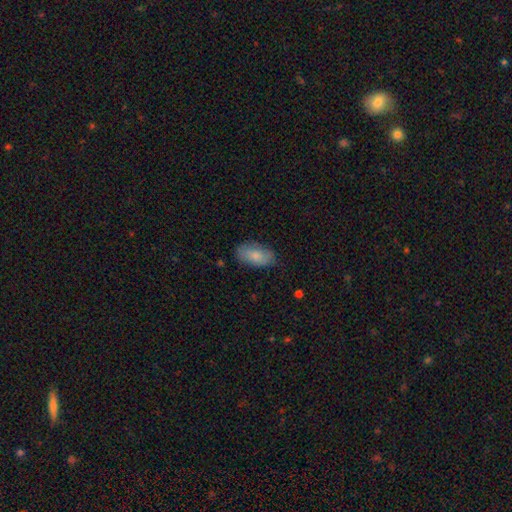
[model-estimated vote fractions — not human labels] Smooth or featured? Predicted: smooth (p=0.79). How rounded? Predicted: in between (p=0.93). Merging? Predicted: none (p=0.77).